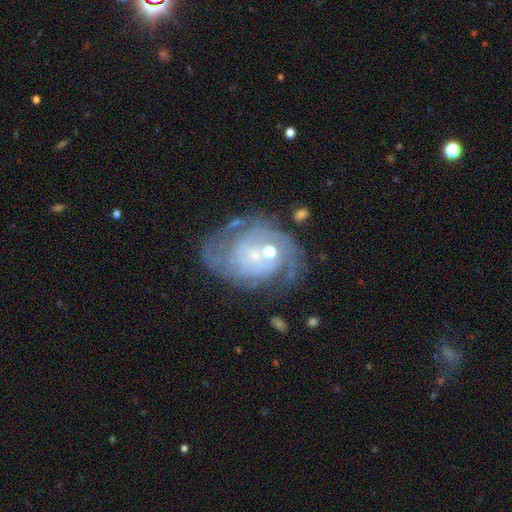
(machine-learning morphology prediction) smooth_or_featured: featured or disk (p=0.84) [alt: smooth p=0.09]
disk_edge_on: no (p=0.98) [alt: yes p=0.02]
bar: no (p=0.76) [alt: weak p=0.20]
has_spiral_arms: yes (p=0.93) [alt: no p=0.07]
spiral_winding: tight (p=0.57) [alt: medium p=0.31]
spiral_arm_count: 2 (p=0.34) [alt: can't tell p=0.30]
bulge_size: small (p=0.57) [alt: moderate p=0.33]
merging: none (p=0.56) [alt: minor disturbance p=0.20]